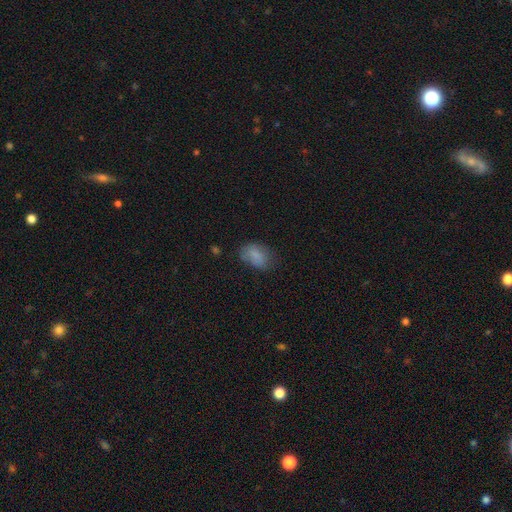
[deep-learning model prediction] Overall: smooth (80%). How rounded: in between (86%). Merging: none (59%; minor disturbance 28%).